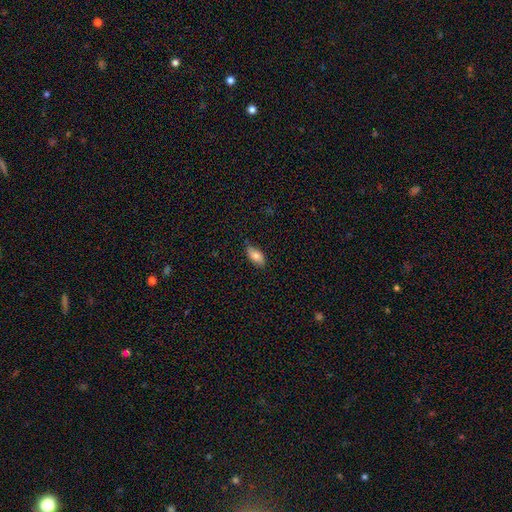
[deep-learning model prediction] A smooth galaxy with no disk features (79%) that is in between round and cigar-shaped (90%). Merging: none (77%).